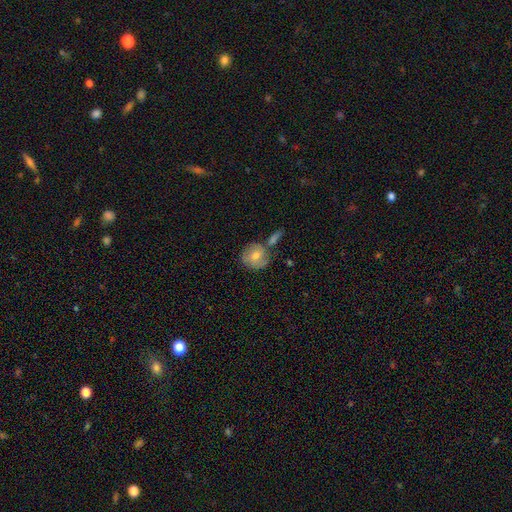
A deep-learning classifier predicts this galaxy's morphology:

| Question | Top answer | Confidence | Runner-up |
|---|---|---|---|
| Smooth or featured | smooth | 47% | featured or disk (43%) |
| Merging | none | 58% | merger (19%) |